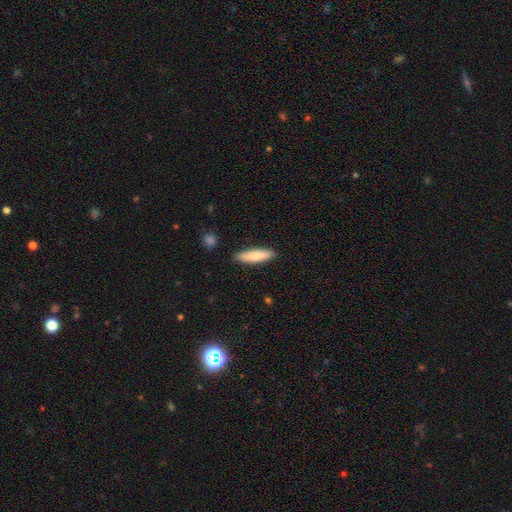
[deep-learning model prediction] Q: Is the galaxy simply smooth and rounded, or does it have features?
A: smooth — 79%.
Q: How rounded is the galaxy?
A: cigar-shaped — 72%.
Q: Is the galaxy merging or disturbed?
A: none — 88%.